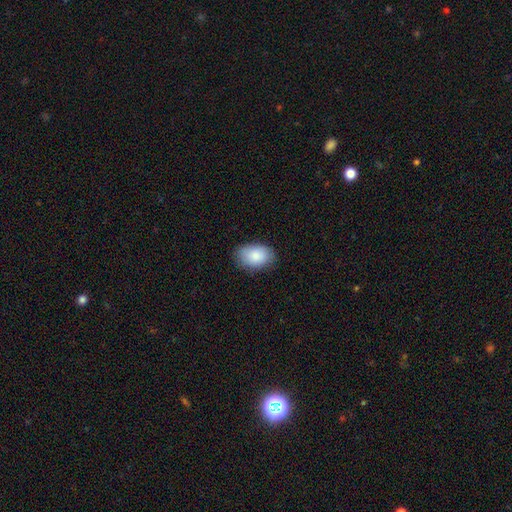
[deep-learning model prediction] Overall: smooth (86%). How rounded: in between (88%). Merging: none (81%).